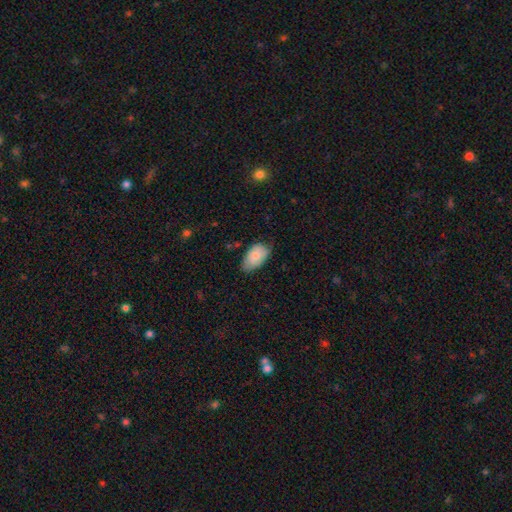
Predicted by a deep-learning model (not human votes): Morphology: type=smooth (79%); roundness=in between (94%); merging=none (60%).